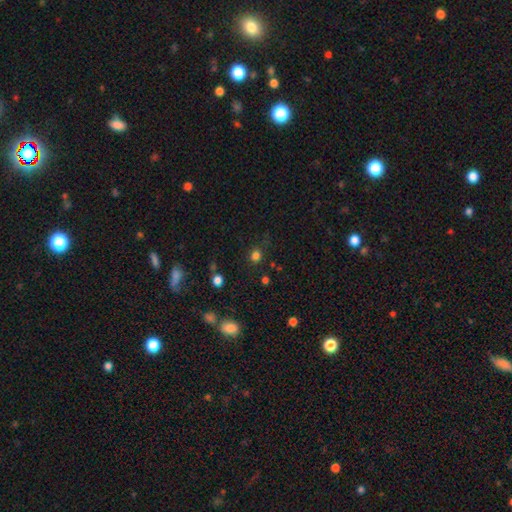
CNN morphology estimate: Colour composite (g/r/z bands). It shows a smooth galaxy with no disk features (75%) that is round (84%). Merging: none (79%).